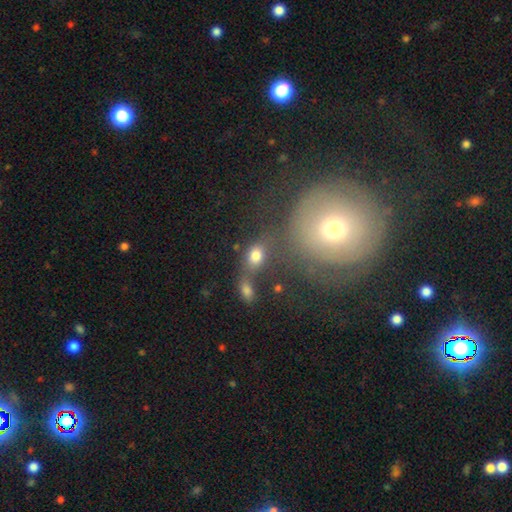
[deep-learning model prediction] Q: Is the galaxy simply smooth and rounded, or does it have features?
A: smooth — 76%.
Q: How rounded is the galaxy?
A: in between — 65%.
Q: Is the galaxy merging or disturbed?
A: none — 50%.